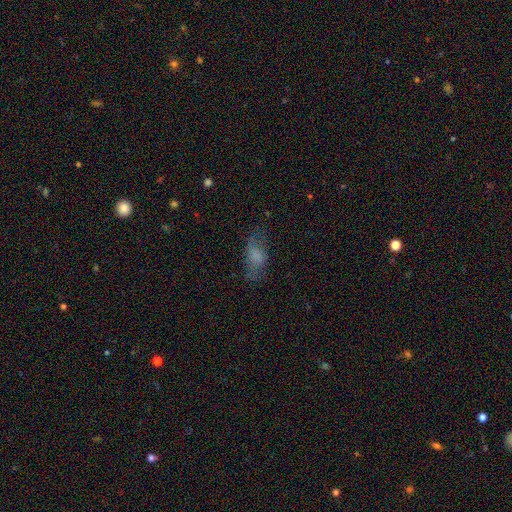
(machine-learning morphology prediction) Overall: smooth (64%; featured or disk 24%). How rounded: in between (83%). Merging: none (55%; minor disturbance 24%).